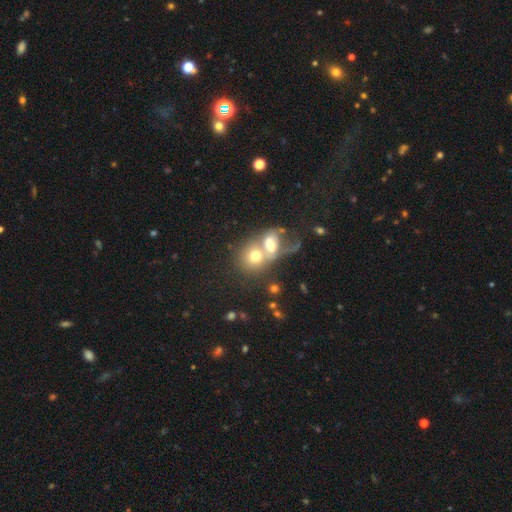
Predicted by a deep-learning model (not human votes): The model was most divided on "smooth or featured": smooth: 51%, featured or disk: 33%, star or artifact: 16%. More confident: merging — merger (72%); how rounded — round (65%).